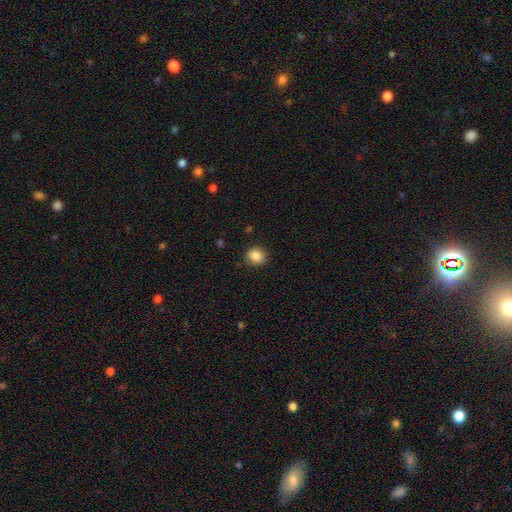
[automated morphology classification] Q: Smooth or featured?
A: smooth (86%); runner-up: star or artifact (9%)
Q: How rounded?
A: round (71%); runner-up: in between (28%)
Q: Merging?
A: none (81%); runner-up: minor disturbance (15%)